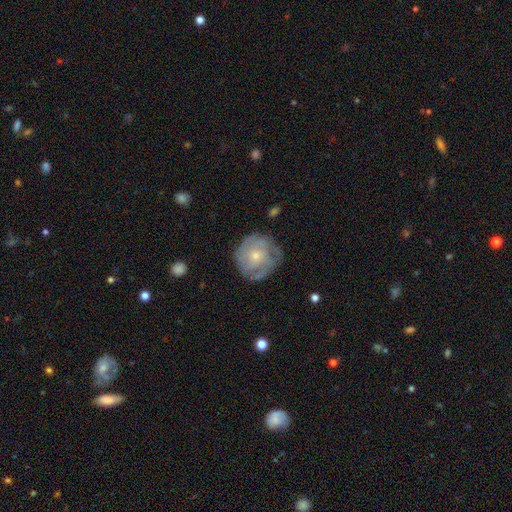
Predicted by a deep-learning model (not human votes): Smooth or featured: featured or disk — 59% (smooth — 35%)
Edge-on disk: no — 97% (yes — 3%)
Bar: no — 83% (weak — 15%)
Spiral arms: yes — 68% (no — 32%)
Bulge size: small — 64% (moderate — 32%)
Merging: none — 68% (minor disturbance — 21%)